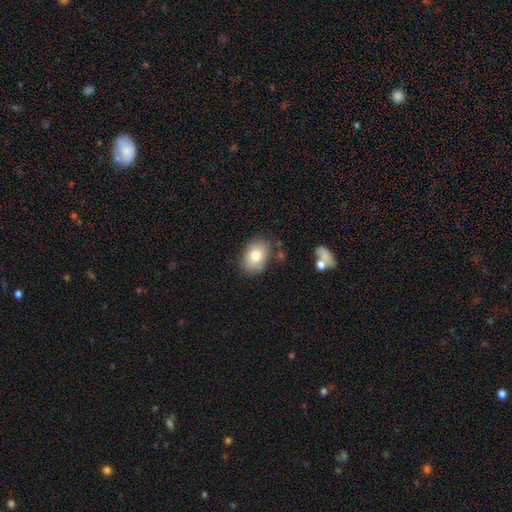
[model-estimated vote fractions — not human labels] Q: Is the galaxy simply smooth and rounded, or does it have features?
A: smooth — 78%.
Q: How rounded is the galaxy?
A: in between — 77%.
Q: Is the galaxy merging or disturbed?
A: none — 79%.